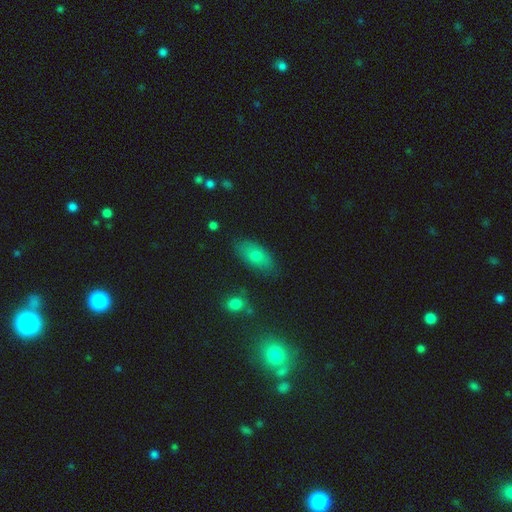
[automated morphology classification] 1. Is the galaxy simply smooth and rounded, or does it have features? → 70% smooth, 19% featured or disk, 11% star or artifact.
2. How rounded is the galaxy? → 88% in between, 7% cigar-shaped, 5% round.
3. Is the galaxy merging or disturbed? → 80% none, 14% minor disturbance, 3% major disturbance, 2% merger.